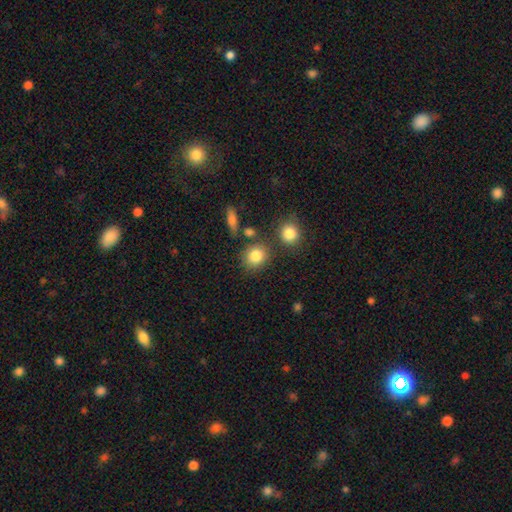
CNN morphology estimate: A smooth galaxy with no disk features (83%) that is round (77%).

Vote fractions:
- Smooth or featured? smooth: 83% / star or artifact: 10% / featured or disk: 7%
- How rounded? round: 77% / in between: 21% / cigar-shaped: 1%
- Merging? none: 73% / merger: 12% / minor disturbance: 11% / major disturbance: 4%